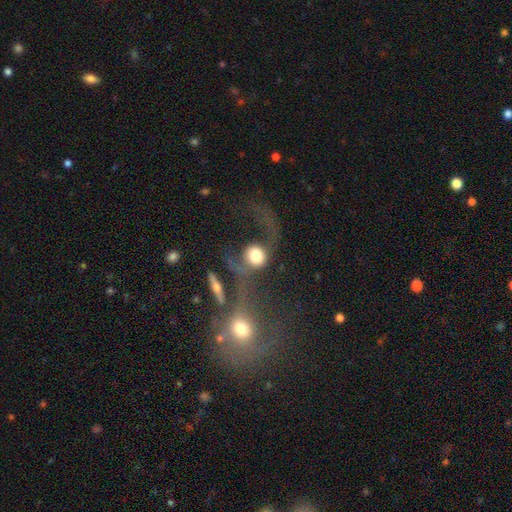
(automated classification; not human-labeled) A smooth galaxy with no disk features (51%) that is round (79%). Merging: major disturbance (40%).